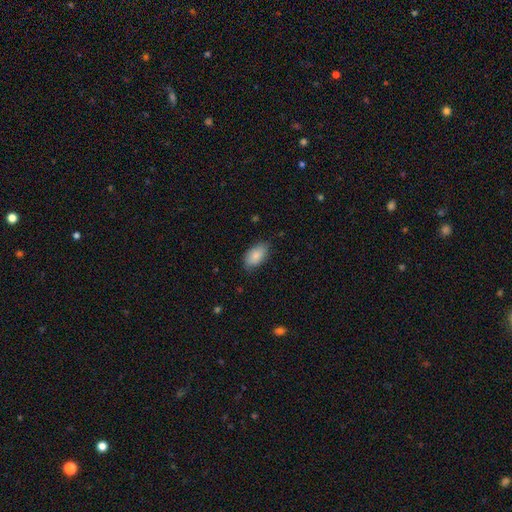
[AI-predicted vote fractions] A smooth galaxy with no disk features (85%) that is in between round and cigar-shaped (93%).

Vote fractions:
- Smooth or featured? smooth: 85% / featured or disk: 9% / star or artifact: 6%
- How rounded? in between: 93% / round: 5% / cigar-shaped: 2%
- Merging? none: 76% / minor disturbance: 19% / major disturbance: 3% / merger: 1%